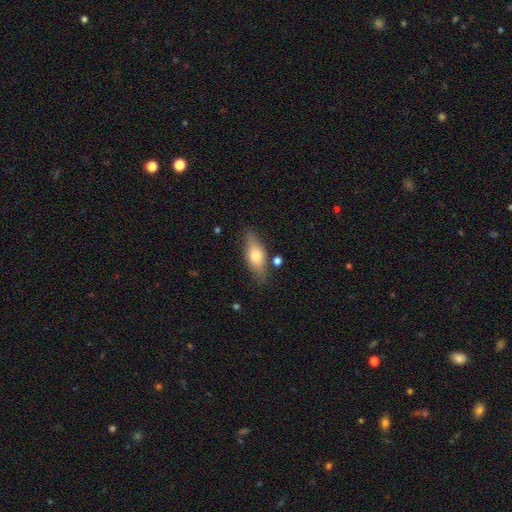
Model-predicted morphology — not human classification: type=smooth (66%); roundness=in between (74%); merging=none (77%).